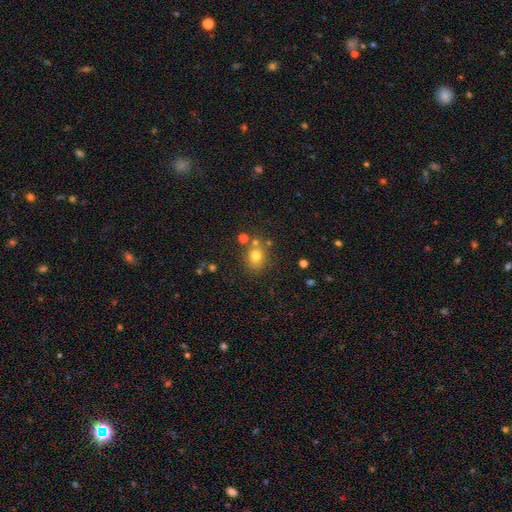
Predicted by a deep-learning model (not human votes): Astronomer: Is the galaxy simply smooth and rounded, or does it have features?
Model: smooth — 74%.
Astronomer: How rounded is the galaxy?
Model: round — 67%.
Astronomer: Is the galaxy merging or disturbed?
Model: none — 70%.